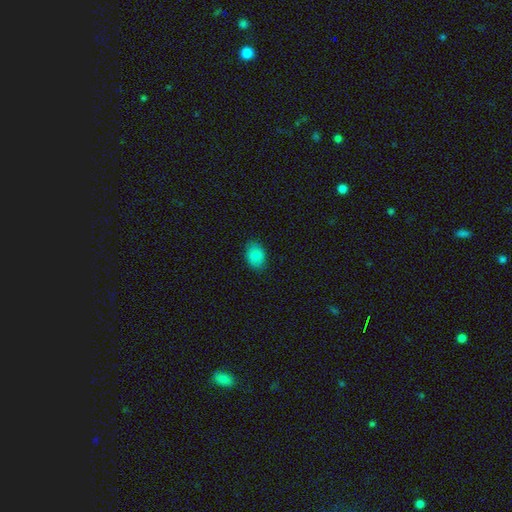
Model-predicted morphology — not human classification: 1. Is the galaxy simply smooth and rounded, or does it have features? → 86% smooth, 8% star or artifact, 6% featured or disk.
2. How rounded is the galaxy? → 79% in between, 20% round, 1% cigar-shaped.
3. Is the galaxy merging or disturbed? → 84% none, 12% minor disturbance, 3% major disturbance, 1% merger.